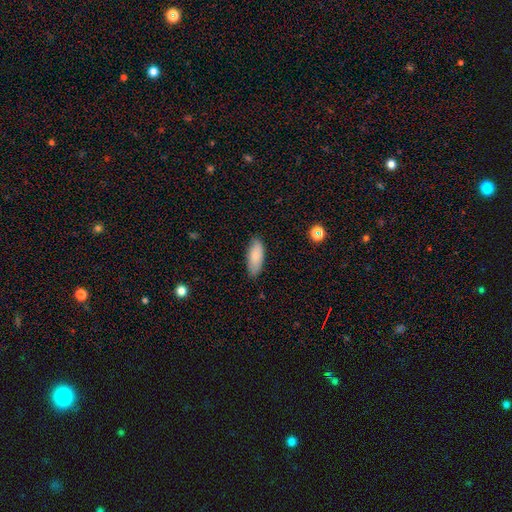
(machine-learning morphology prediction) smooth_or_featured: smooth (p=0.84) [alt: featured or disk p=0.09]
how_rounded: in between (p=0.78) [alt: cigar-shaped p=0.21]
merging: none (p=0.83) [alt: minor disturbance p=0.14]